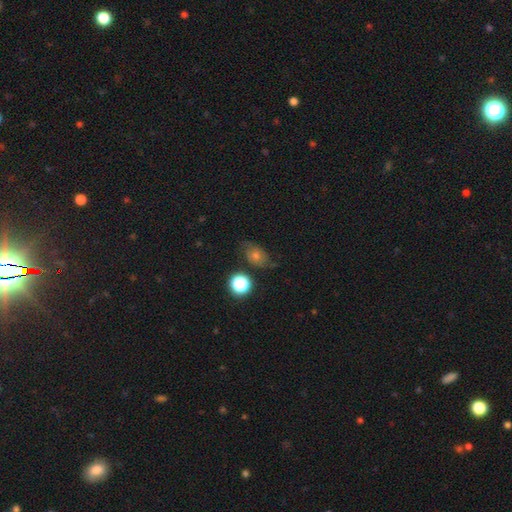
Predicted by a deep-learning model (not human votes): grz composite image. It shows a smooth galaxy with no disk features (45%). Merging: none (66%).